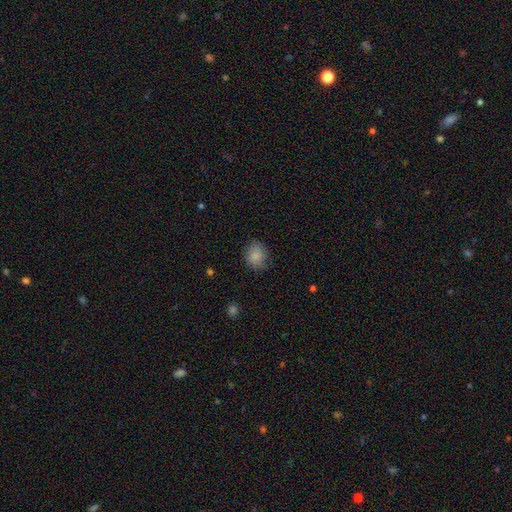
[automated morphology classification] The model was most divided on "how rounded": round: 73%, in between: 26%, cigar-shaped: 1%. More confident: smooth or featured — smooth (86%); merging — none (78%).